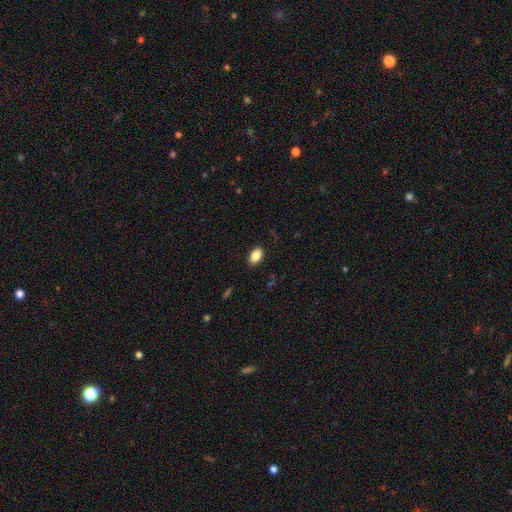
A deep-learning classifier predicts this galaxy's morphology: smooth-or-featured: smooth: 86% | star or artifact: 8% | featured or disk: 6%
  how-rounded: in between: 91% | round: 7% | cigar-shaped: 2%
  merging: none: 87% | minor disturbance: 10% | major disturbance: 2% | merger: 1%